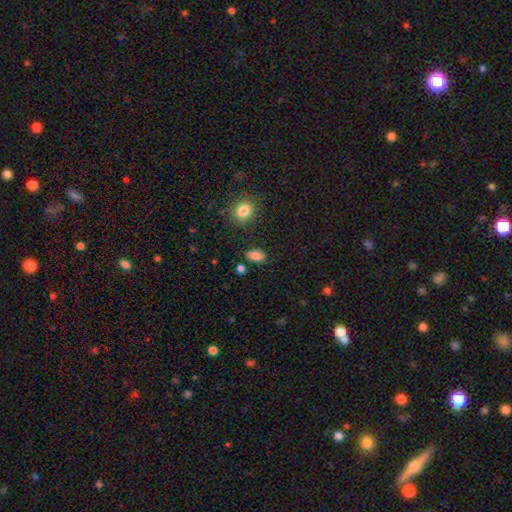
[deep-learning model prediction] Smooth or featured?
  - smooth: 85% *
  - star or artifact: 10%
  - featured or disk: 5%
How rounded?
  - in between: 89% *
  - round: 8%
  - cigar-shaped: 3%
Merging?
  - none: 81% *
  - minor disturbance: 13%
  - merger: 3%
  - major disturbance: 3%